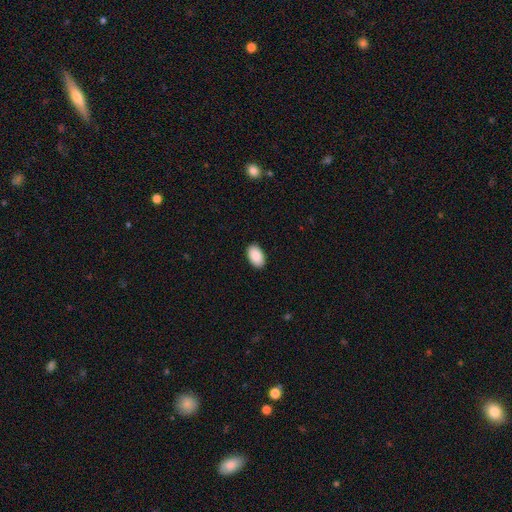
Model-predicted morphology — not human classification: Smooth or featured? smooth (91%)
How rounded? in between (94%)
Merging? none (90%)